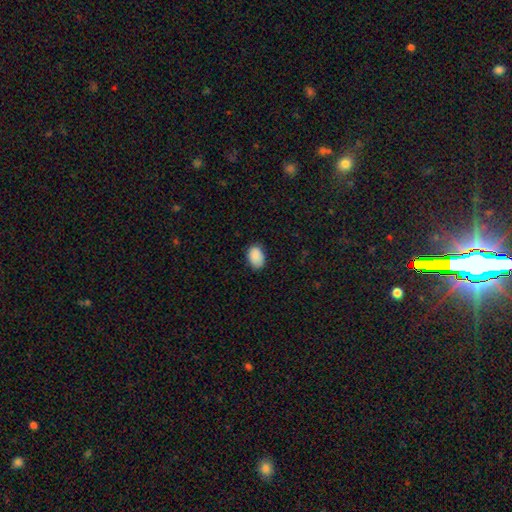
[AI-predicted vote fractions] Q: Smooth or featured?
A: smooth (90%); runner-up: star or artifact (7%)
Q: How rounded?
A: in between (83%); runner-up: round (16%)
Q: Merging?
A: none (81%); runner-up: minor disturbance (16%)